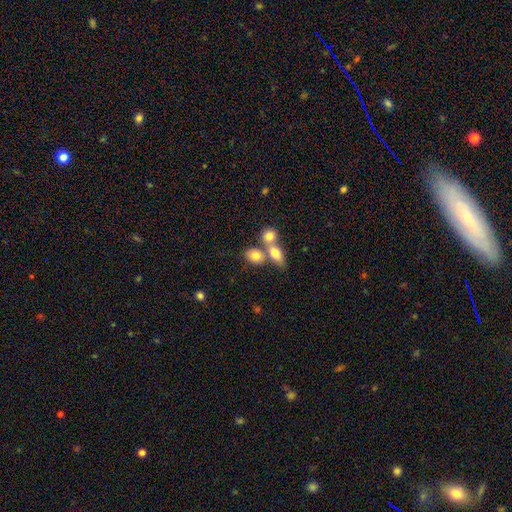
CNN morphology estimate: Smooth or featured: smooth — 78% (featured or disk — 13%)
How rounded: in between — 71% (round — 26%)
Merging: merger — 49% (none — 38%)